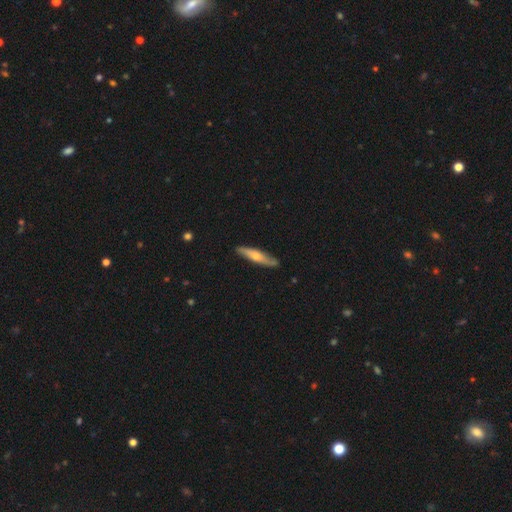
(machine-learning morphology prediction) Overall: featured or disk (48%; smooth 47%). Merging: none (84%).